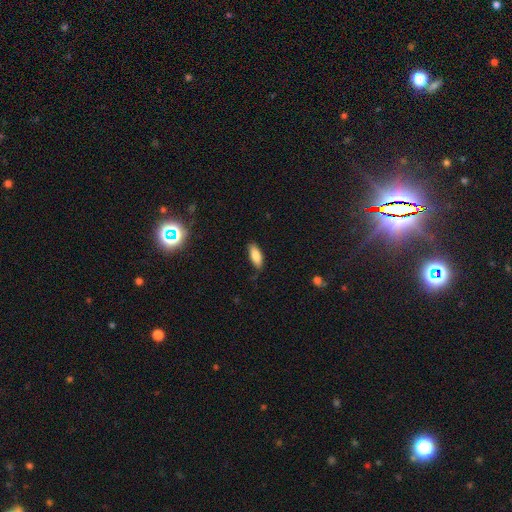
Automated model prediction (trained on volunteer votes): smooth_or_featured: smooth (p=0.85) [alt: featured or disk p=0.08]
how_rounded: in between (p=0.78) [alt: cigar-shaped p=0.20]
merging: none (p=0.81) [alt: minor disturbance p=0.15]